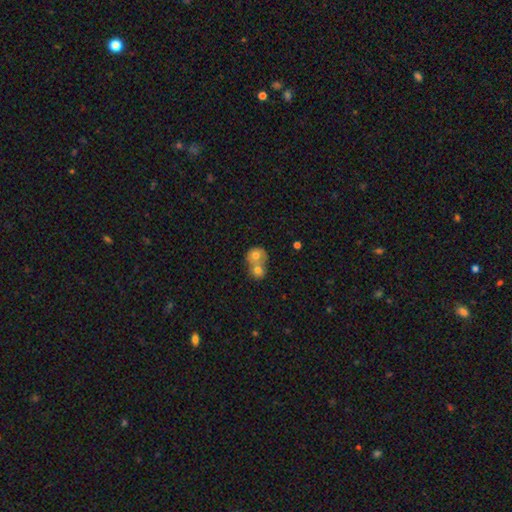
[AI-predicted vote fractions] This appears to be a smooth galaxy with no disk features (70%) that is round (70%). Merging: merger (74%).